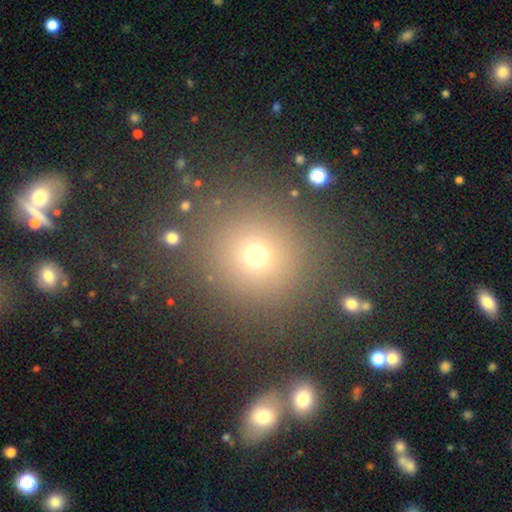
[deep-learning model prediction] Overall: smooth (67%). How rounded: round (91%). Merging: none (84%).